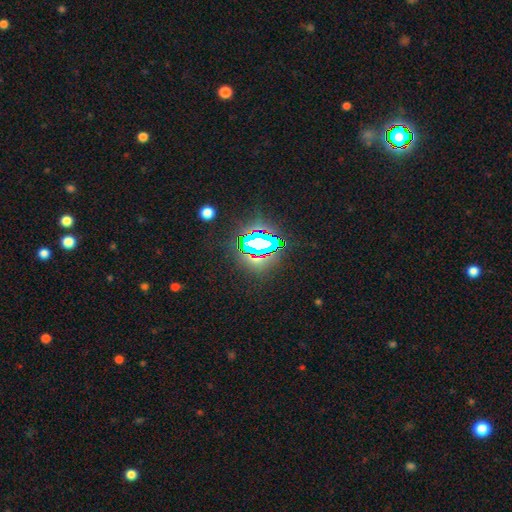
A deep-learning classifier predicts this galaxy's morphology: star or artifact 71%, smooth 17%, featured or disk 11%.